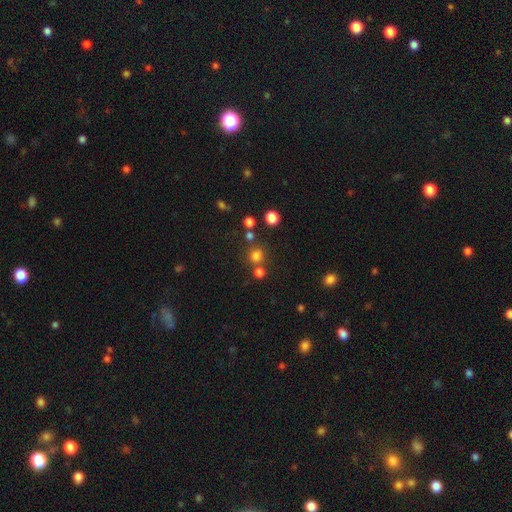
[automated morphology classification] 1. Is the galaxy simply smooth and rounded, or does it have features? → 73% smooth, 20% star or artifact, 7% featured or disk.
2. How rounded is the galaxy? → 89% round, 10% in between, 1% cigar-shaped.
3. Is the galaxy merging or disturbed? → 71% none, 17% merger, 8% minor disturbance, 4% major disturbance.